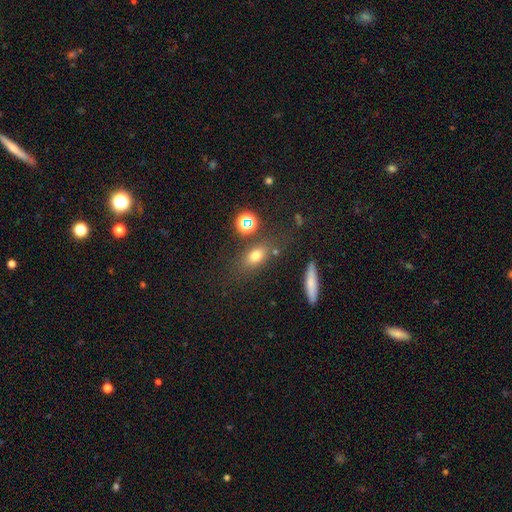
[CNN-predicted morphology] Smooth or featured? smooth (70%)
How rounded? in between (66%)
Merging? none (74%)